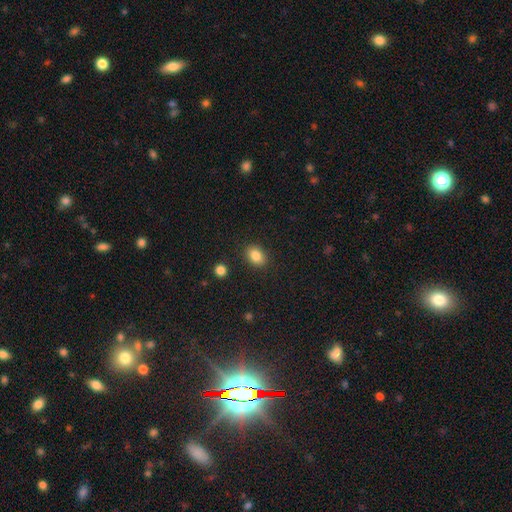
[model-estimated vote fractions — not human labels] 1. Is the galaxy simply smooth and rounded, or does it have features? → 85% smooth, 9% star or artifact, 6% featured or disk.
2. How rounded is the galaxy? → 70% in between, 28% round, 1% cigar-shaped.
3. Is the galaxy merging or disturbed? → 87% none, 8% minor disturbance, 2% major disturbance, 2% merger.